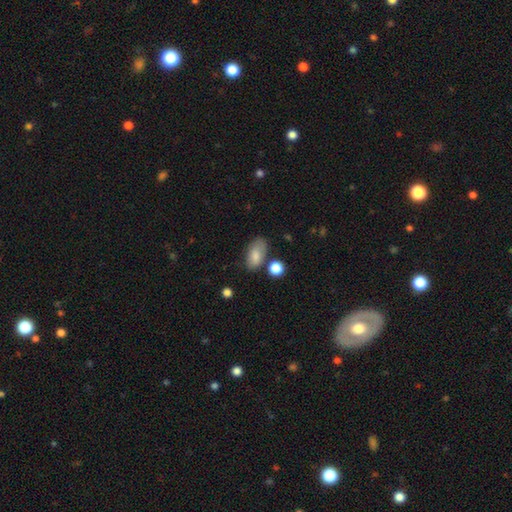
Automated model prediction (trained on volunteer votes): smooth 80%, featured or disk 12%, star or artifact 7%. Down the decision tree: how rounded — in between (92%); merging — none (63%).